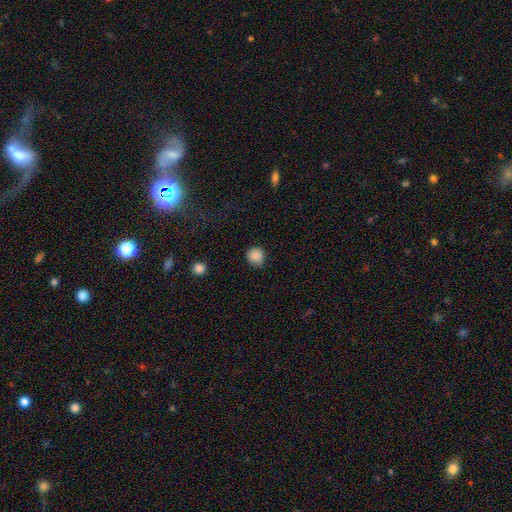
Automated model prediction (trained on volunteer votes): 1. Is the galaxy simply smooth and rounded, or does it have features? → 87% smooth, 10% star or artifact, 3% featured or disk.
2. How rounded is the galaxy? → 89% round, 10% in between, 1% cigar-shaped.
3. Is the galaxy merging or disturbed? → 84% none, 12% minor disturbance, 3% major disturbance, 1% merger.